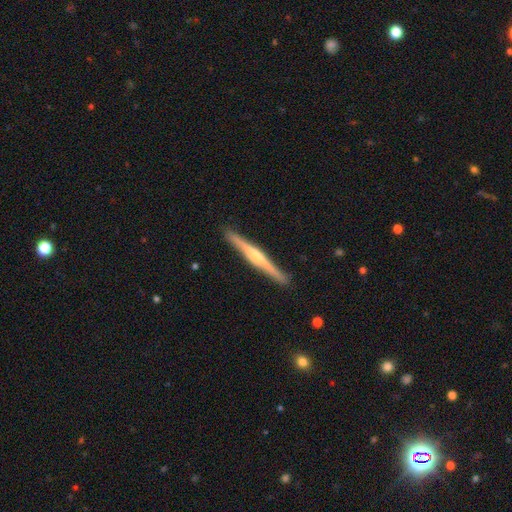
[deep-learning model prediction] A featured or disk galaxy (70%) viewed edge-on (98%) with a rounded central bulge (68%). Merging: none (91%).